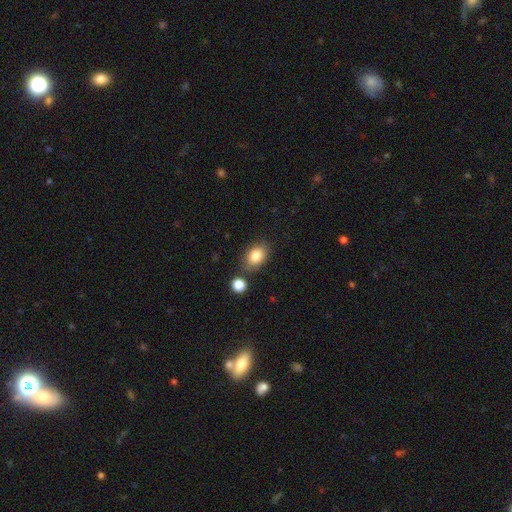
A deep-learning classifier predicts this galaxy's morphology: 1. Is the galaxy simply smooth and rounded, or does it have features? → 84% smooth, 8% star or artifact, 8% featured or disk.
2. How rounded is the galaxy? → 82% in between, 16% round, 1% cigar-shaped.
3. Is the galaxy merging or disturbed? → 75% none, 13% minor disturbance, 8% merger, 3% major disturbance.